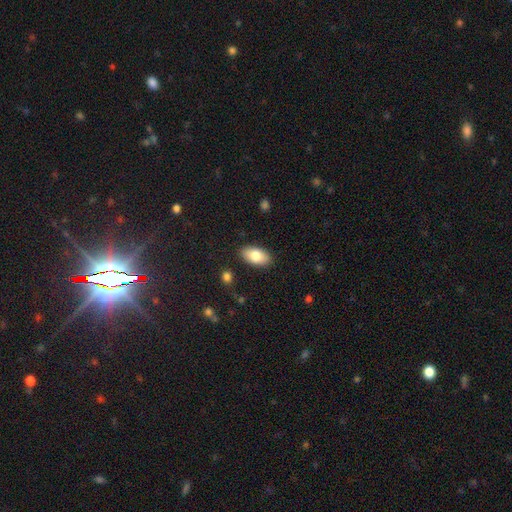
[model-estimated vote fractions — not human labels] Morphology: type=smooth (80%); roundness=in between (94%); merging=none (88%).